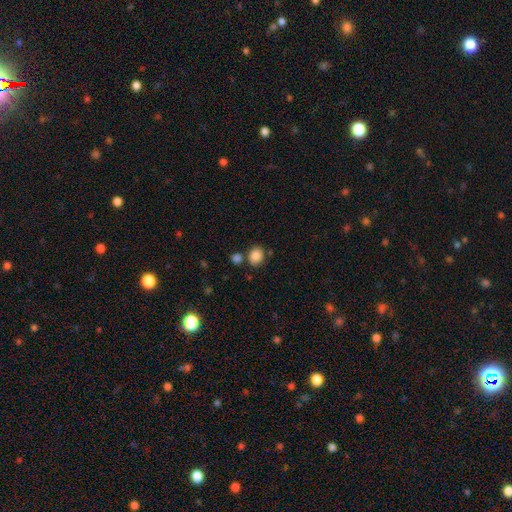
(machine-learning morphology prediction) smooth_or_featured: smooth (p=0.86) [alt: star or artifact p=0.10]
how_rounded: round (p=0.64) [alt: in between p=0.35]
merging: none (p=0.71) [alt: merger p=0.14]